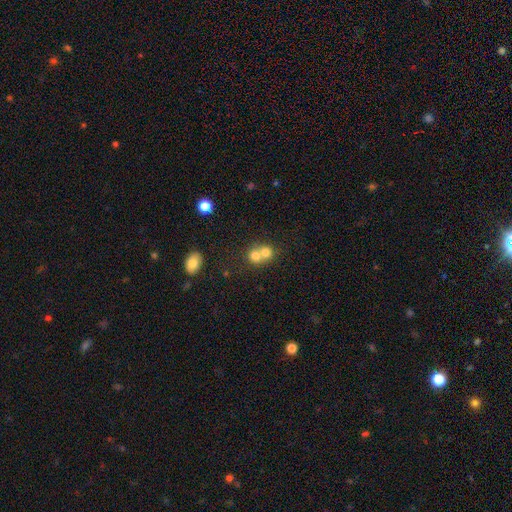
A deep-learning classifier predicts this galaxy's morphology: Smooth or featured?
  - smooth: 73% *
  - featured or disk: 16%
  - star or artifact: 11%
How rounded?
  - round: 78% *
  - in between: 21%
  - cigar-shaped: 1%
Merging?
  - merger: 64% *
  - none: 29%
  - minor disturbance: 4%
  - major disturbance: 2%